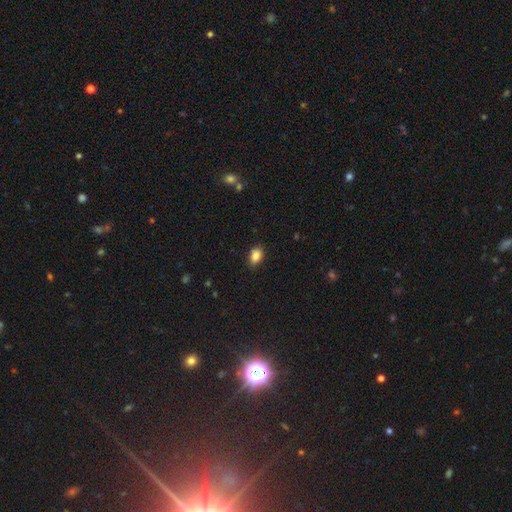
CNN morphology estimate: Overall: smooth (86%). How rounded: in between (80%). Merging: none (82%).